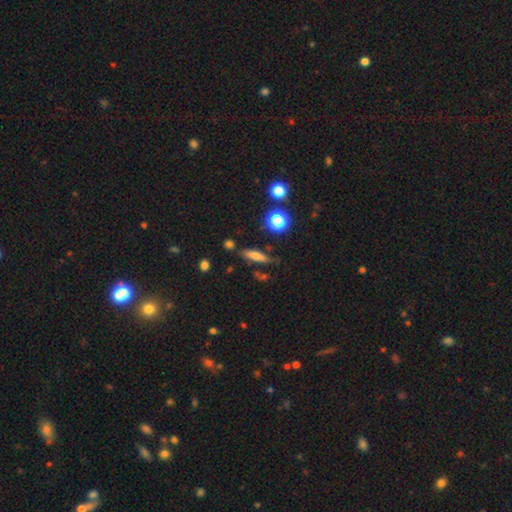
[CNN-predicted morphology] Overall: smooth (70%). How rounded: cigar-shaped (61%; in between 33%). Merging: none (76%).